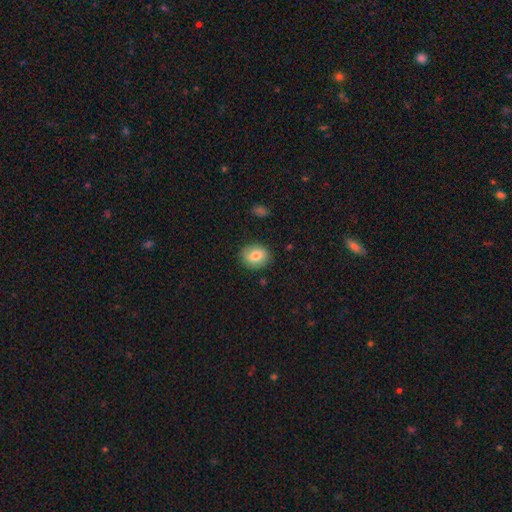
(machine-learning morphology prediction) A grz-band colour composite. It shows a smooth galaxy with no disk features (79%) that is round (54%). Merging: none (86%).